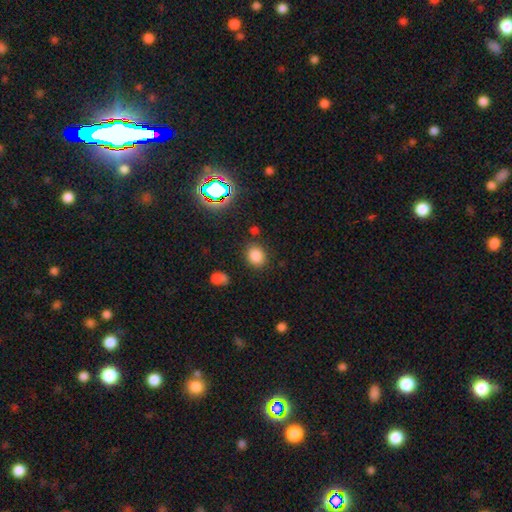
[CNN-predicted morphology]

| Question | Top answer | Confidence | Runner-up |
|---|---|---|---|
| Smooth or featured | smooth | 80% | star or artifact (15%) |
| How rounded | round | 60% | in between (39%) |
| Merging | none | 82% | minor disturbance (11%) |